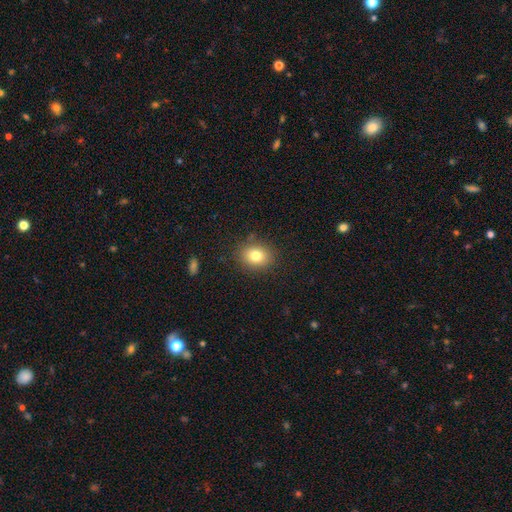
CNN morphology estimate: A smooth galaxy with no disk features (78%) that is round (60%).

Vote fractions:
- Smooth or featured? smooth: 78% / star or artifact: 12% / featured or disk: 10%
- How rounded? round: 60% / in between: 40% / cigar-shaped: 1%
- Merging? none: 86% / minor disturbance: 10% / major disturbance: 3% / merger: 1%